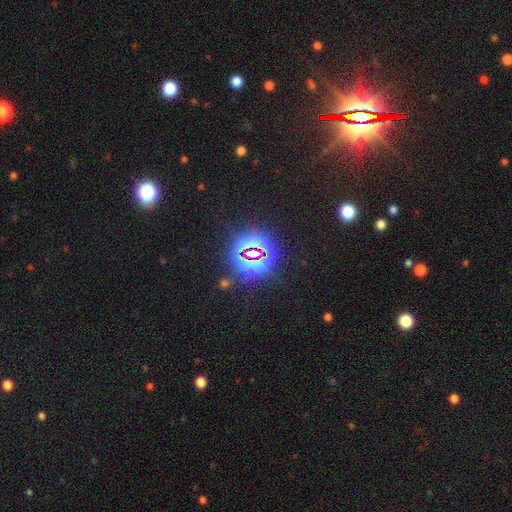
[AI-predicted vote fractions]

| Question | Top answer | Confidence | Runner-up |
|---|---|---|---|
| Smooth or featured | star or artifact | 84% | smooth (9%) |